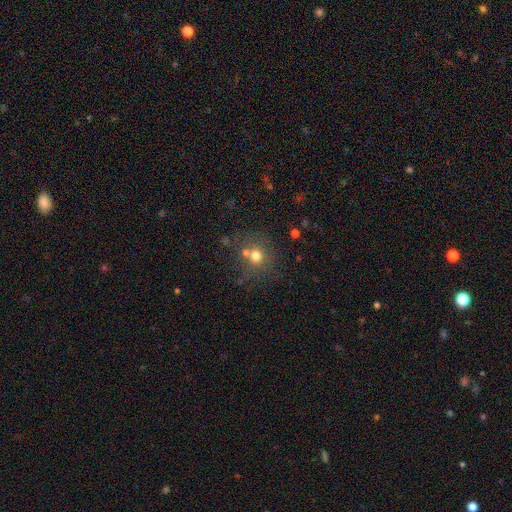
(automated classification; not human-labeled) Morphology: type=smooth (70%); roundness=round (87%); merging=none (63%).